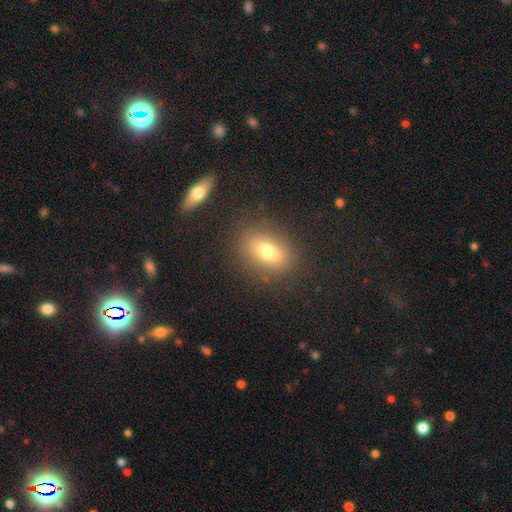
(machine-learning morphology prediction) The model was most divided on "smooth or featured": smooth: 58%, star or artifact: 23%, featured or disk: 19%. More confident: merging — none (84%); how rounded — in between (68%).